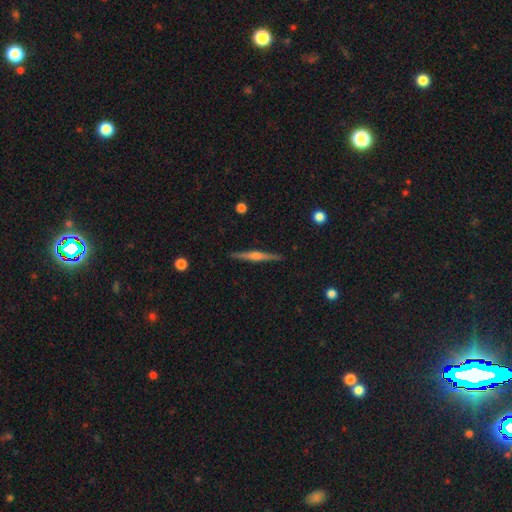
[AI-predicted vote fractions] Smooth or featured? Predicted: featured or disk (p=0.69). Edge-on disk? Predicted: yes (p=0.98). Edge-on bulge? Predicted: rounded (p=0.73). Merging? Predicted: none (p=0.91).